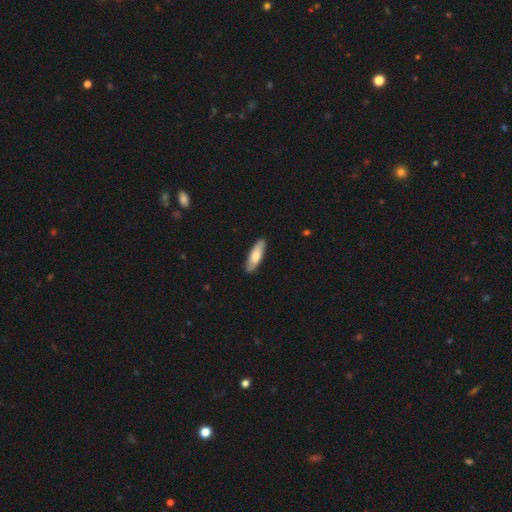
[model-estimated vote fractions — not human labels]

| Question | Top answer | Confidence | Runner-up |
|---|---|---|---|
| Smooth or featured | smooth | 73% | featured or disk (22%) |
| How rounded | cigar-shaped | 53% | in between (46%) |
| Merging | none | 87% | minor disturbance (10%) |